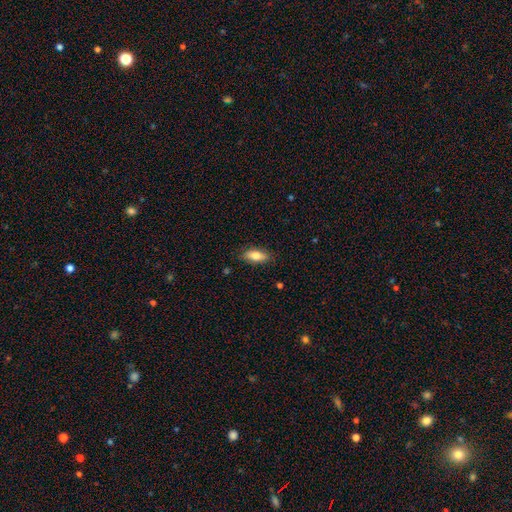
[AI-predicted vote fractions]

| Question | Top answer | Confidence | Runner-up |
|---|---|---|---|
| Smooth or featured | smooth | 79% | featured or disk (14%) |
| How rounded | in between | 79% | cigar-shaped (18%) |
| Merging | none | 84% | minor disturbance (13%) |